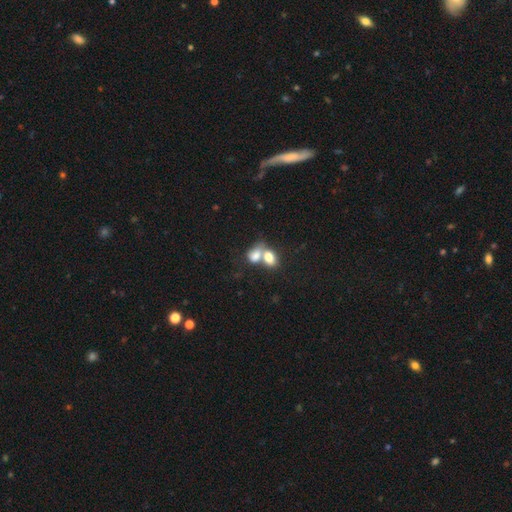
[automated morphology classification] smooth 76%, featured or disk 15%, star or artifact 9%. Down the decision tree: how rounded — in between (79%); merging — merger (68%).